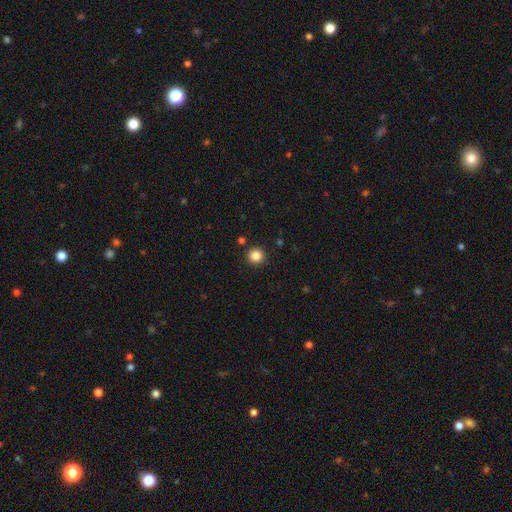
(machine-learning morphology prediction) type=smooth (84%); roundness=round (96%); merging=none (91%).